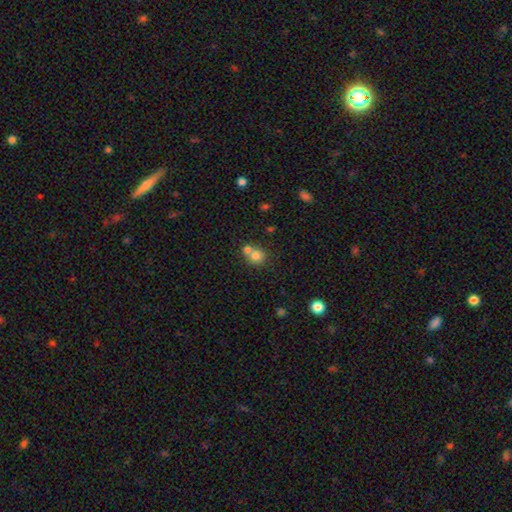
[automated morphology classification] This is likely a smooth galaxy (76%). How rounded: clearly round (85%). Merging: possibly merger (46%).